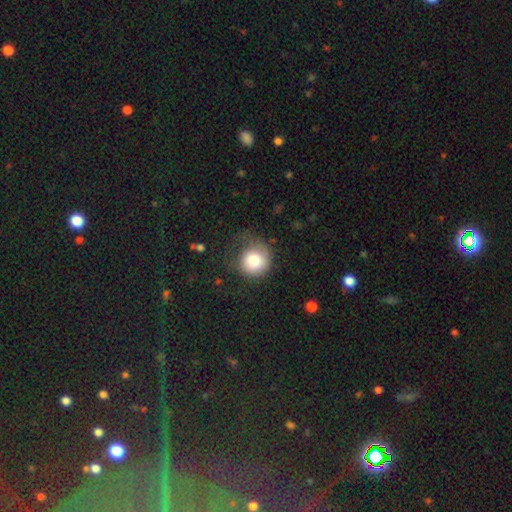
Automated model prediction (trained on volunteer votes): Morphology: type=smooth (80%); roundness=round (89%); merging=none (47%).